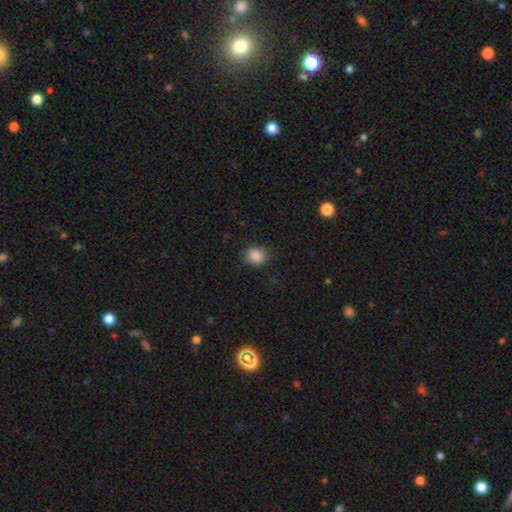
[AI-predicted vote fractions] Q: Smooth or featured?
A: smooth (87%); runner-up: star or artifact (10%)
Q: How rounded?
A: round (70%); runner-up: in between (29%)
Q: Merging?
A: none (86%); runner-up: minor disturbance (10%)